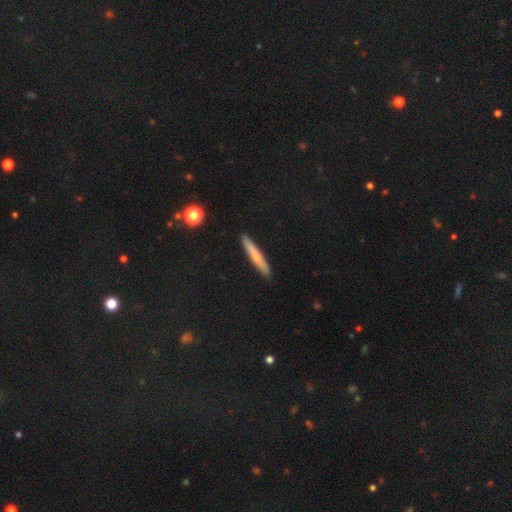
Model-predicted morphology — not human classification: A smooth galaxy with no disk features (62%) that is cigar-shaped (94%). Merging: none (91%).